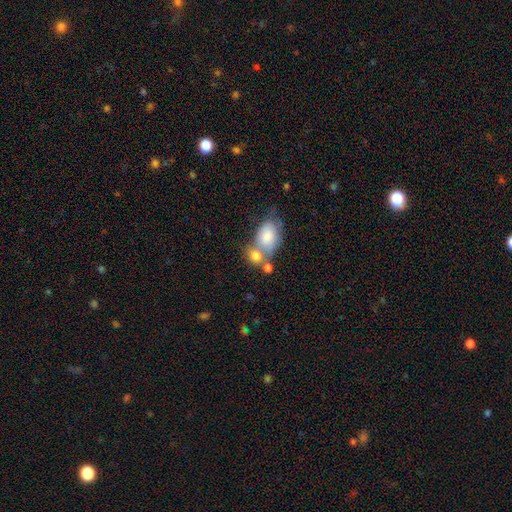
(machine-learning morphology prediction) Q: Smooth or featured?
A: smooth (78%); runner-up: featured or disk (13%)
Q: How rounded?
A: in between (54%); runner-up: round (44%)
Q: Merging?
A: merger (50%); runner-up: none (32%)